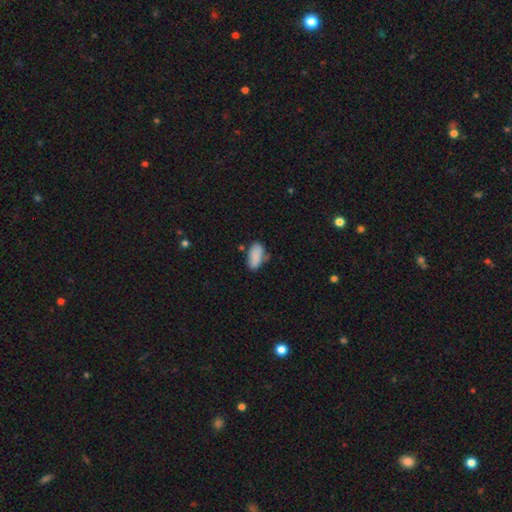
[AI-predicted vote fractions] Smooth or featured: smooth — 85% (featured or disk — 8%)
How rounded: in between — 92% (cigar-shaped — 5%)
Merging: none — 61% (minor disturbance — 25%)